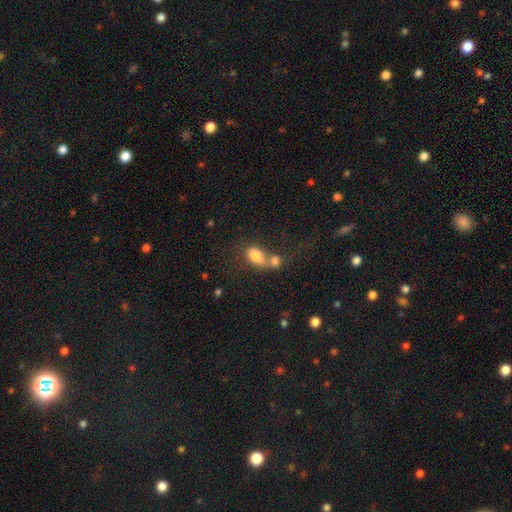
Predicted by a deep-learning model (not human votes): This appears to be a smooth galaxy with no disk features (78%) that is in between round and cigar-shaped (78%). Merging: merger (63%).